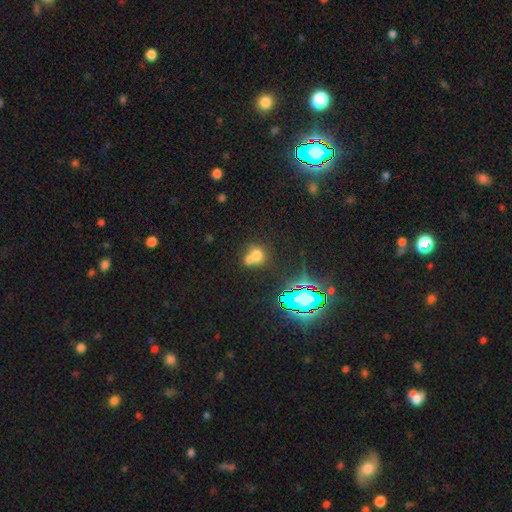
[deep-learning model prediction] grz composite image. It shows a smooth galaxy with no disk features (65%) that is round (70%). Merging: merger (58%).